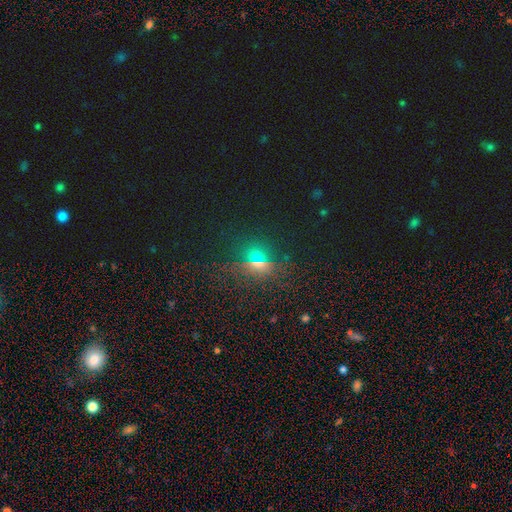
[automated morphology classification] A star or artifact, not a galaxy (43%).